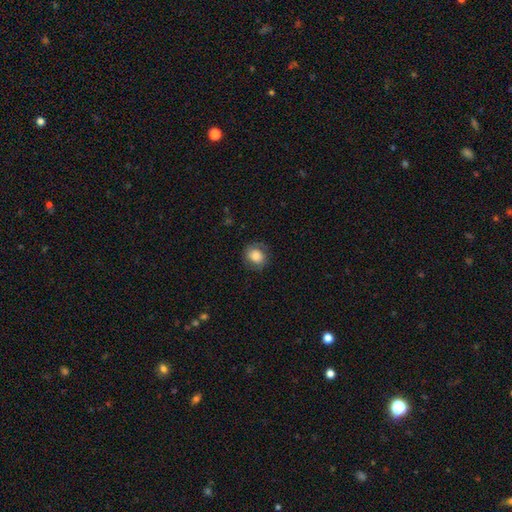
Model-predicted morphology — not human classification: smooth 72%, featured or disk 19%, star or artifact 8%. Down the decision tree: how rounded — round (66%); merging — none (71%).